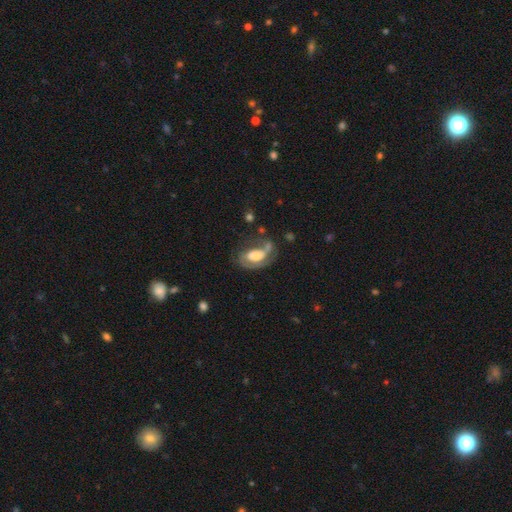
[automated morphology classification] Overall: featured or disk (72%). Edge-on disk: no (95%). Bar: no (52%; weak 33%). Spiral arms: yes (85%). Spiral arm count: 2 (44%; 1 39%). Spiral winding: tight (43%; medium 39%). Bulge size: moderate (45%; large 29%). Merging: none (43%; major disturbance 27%).